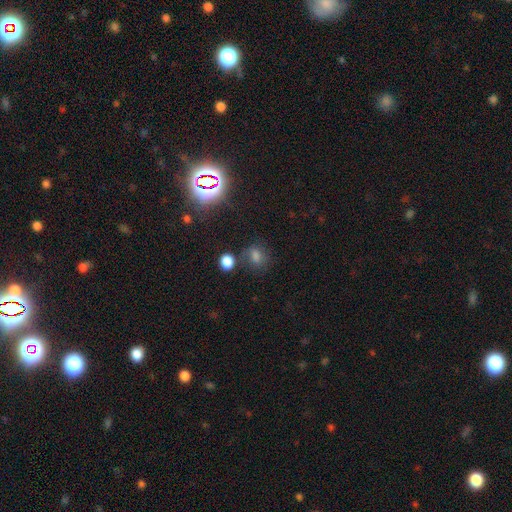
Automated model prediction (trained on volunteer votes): A smooth galaxy with no disk features (62%) that is round (53%).

Vote fractions:
- Smooth or featured? smooth: 62% / star or artifact: 27% / featured or disk: 11%
- How rounded? round: 53% / in between: 45% / cigar-shaped: 2%
- Merging? none: 66% / minor disturbance: 17% / merger: 10% / major disturbance: 7%